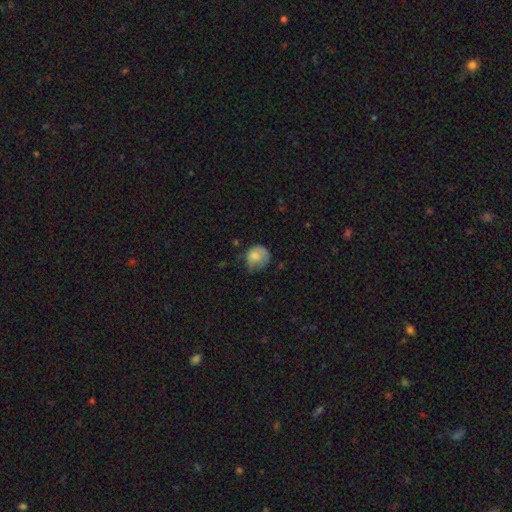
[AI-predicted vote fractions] Smooth or featured?
  - smooth: 74% *
  - featured or disk: 18%
  - star or artifact: 8%
How rounded?
  - round: 73% *
  - in between: 26%
  - cigar-shaped: 1%
Merging?
  - none: 42% *
  - minor disturbance: 37%
  - major disturbance: 19%
  - merger: 2%